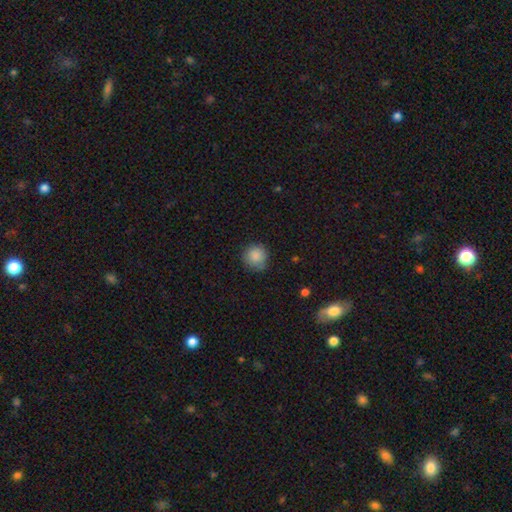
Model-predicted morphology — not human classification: Smooth or featured: smooth — 87% (star or artifact — 9%)
How rounded: round — 93% (in between — 6%)
Merging: none — 80% (minor disturbance — 16%)